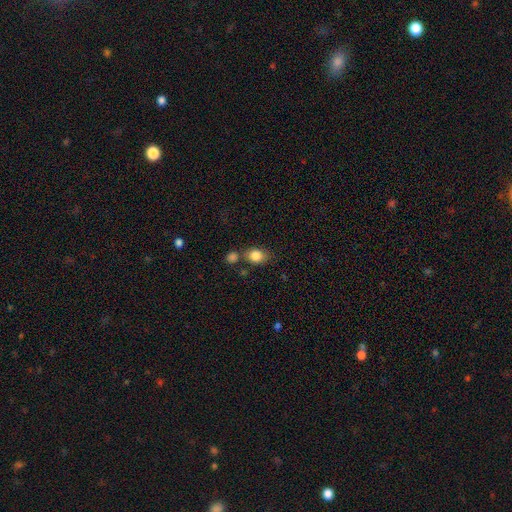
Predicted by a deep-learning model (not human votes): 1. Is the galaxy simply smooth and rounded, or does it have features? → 84% smooth, 9% star or artifact, 7% featured or disk.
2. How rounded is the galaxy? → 57% in between, 41% round, 1% cigar-shaped.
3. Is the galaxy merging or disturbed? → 60% none, 19% merger, 15% minor disturbance, 5% major disturbance.